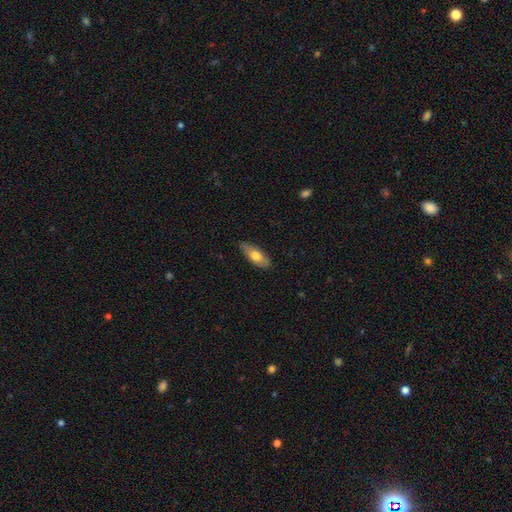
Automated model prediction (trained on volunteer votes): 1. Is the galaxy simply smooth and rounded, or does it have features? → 69% smooth, 26% featured or disk, 6% star or artifact.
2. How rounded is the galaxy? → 73% in between, 24% cigar-shaped, 2% round.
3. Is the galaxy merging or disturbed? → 82% none, 15% minor disturbance, 2% major disturbance, 1% merger.